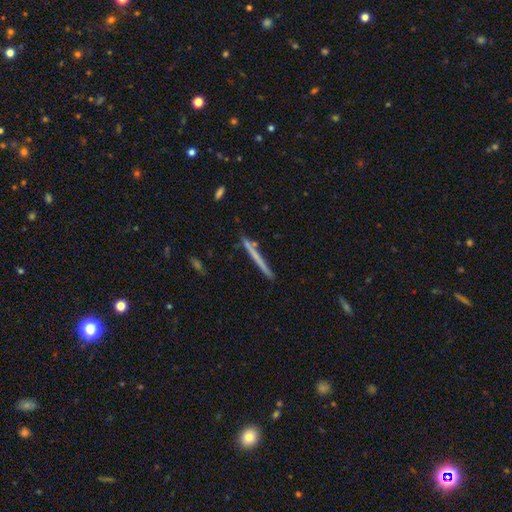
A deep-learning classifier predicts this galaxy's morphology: A smooth galaxy with no disk features (50%) that is cigar-shaped (97%).

Vote fractions:
- Smooth or featured? smooth: 50% / featured or disk: 43% / star or artifact: 7%
- How rounded? cigar-shaped: 97% / in between: 2% / round: 1%
- Merging? none: 88% / minor disturbance: 8% / merger: 2% / major disturbance: 2%